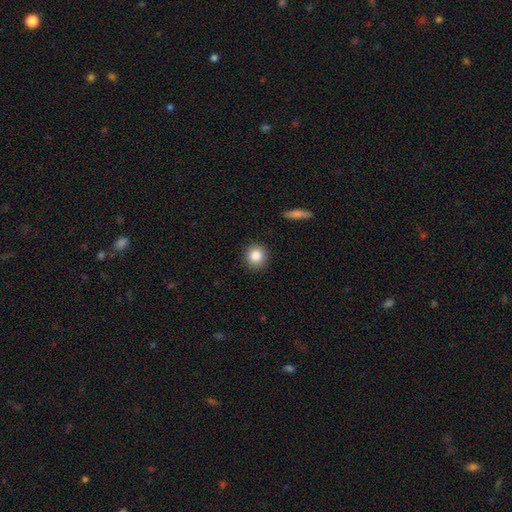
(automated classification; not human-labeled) Smooth or featured? smooth (85%)
How rounded? round (90%)
Merging? none (91%)